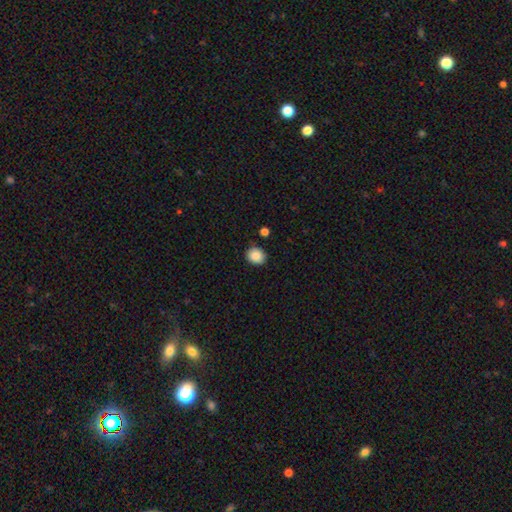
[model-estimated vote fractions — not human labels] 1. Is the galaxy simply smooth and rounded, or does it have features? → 87% smooth, 9% star or artifact, 4% featured or disk.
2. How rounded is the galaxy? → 66% round, 33% in between, 1% cigar-shaped.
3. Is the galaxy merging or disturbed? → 84% none, 10% minor disturbance, 3% merger, 2% major disturbance.